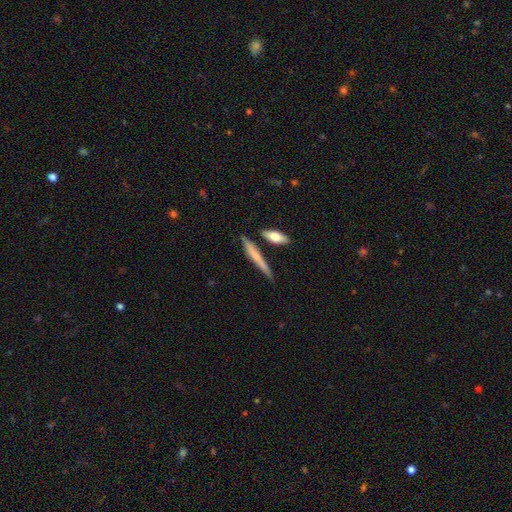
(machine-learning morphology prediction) smooth-or-featured: smooth: 59% | featured or disk: 34% | star or artifact: 6%
  how-rounded: cigar-shaped: 91% | in between: 7% | round: 2%
  merging: none: 74% | minor disturbance: 14% | merger: 9% | major disturbance: 3%